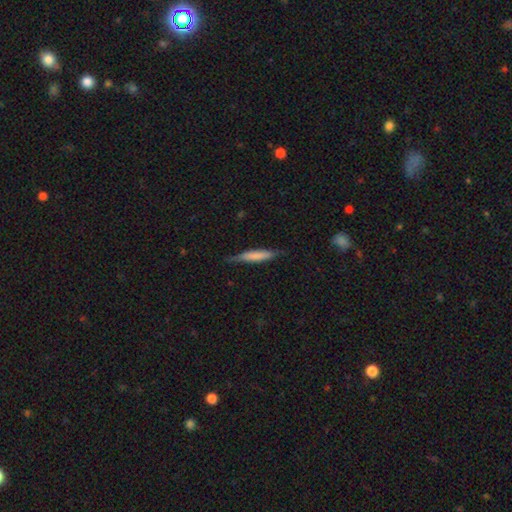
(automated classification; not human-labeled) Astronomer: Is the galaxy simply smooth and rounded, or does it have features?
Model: smooth — 61%.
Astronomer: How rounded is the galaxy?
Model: cigar-shaped — 89%.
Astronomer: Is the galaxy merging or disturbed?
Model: none — 79%.